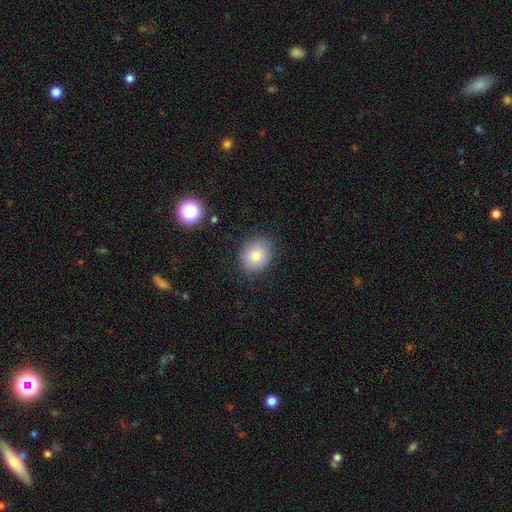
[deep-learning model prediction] Smooth or featured? smooth (78%)
How rounded? round (66%)
Merging? none (85%)